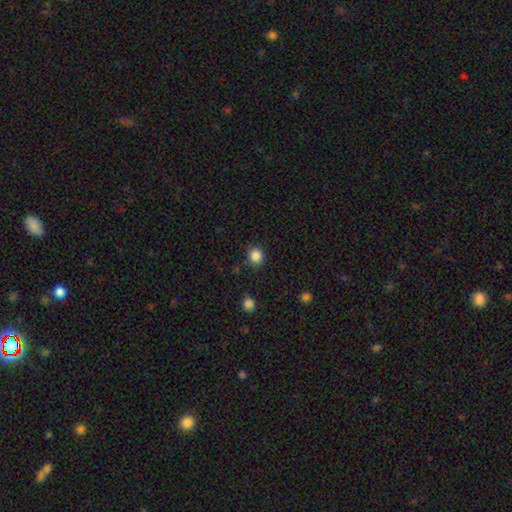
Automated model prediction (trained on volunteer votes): Smooth or featured? smooth (86%)
How rounded? round (83%)
Merging? none (87%)